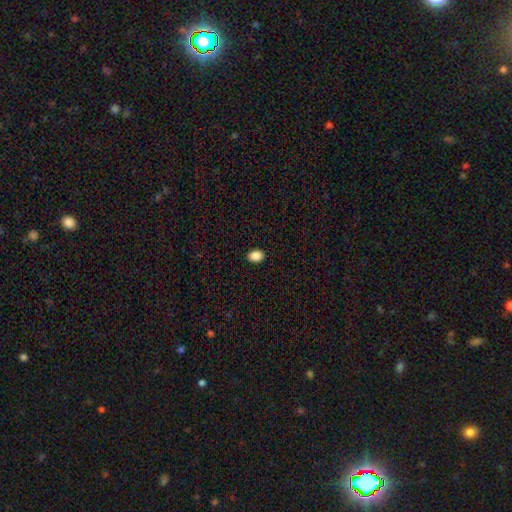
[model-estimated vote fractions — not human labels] Smooth or featured?
  - smooth: 89% *
  - star or artifact: 8%
  - featured or disk: 3%
How rounded?
  - in between: 78% *
  - round: 21%
  - cigar-shaped: 1%
Merging?
  - none: 91% *
  - minor disturbance: 7%
  - major disturbance: 2%
  - merger: 1%